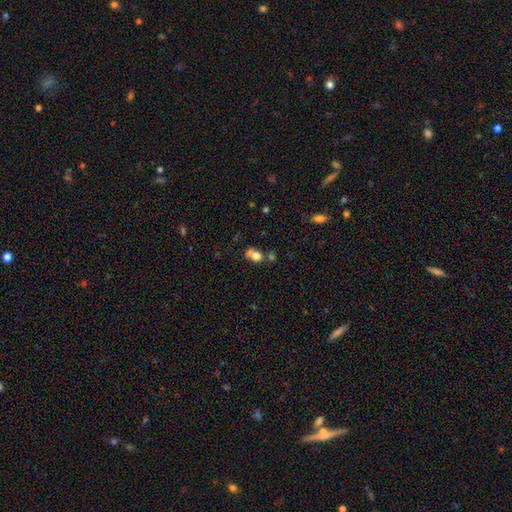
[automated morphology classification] smooth_or_featured: smooth (p=0.74) [alt: featured or disk p=0.14]
how_rounded: round (p=0.52) [alt: in between p=0.46]
merging: none (p=0.41) [alt: merger p=0.33]